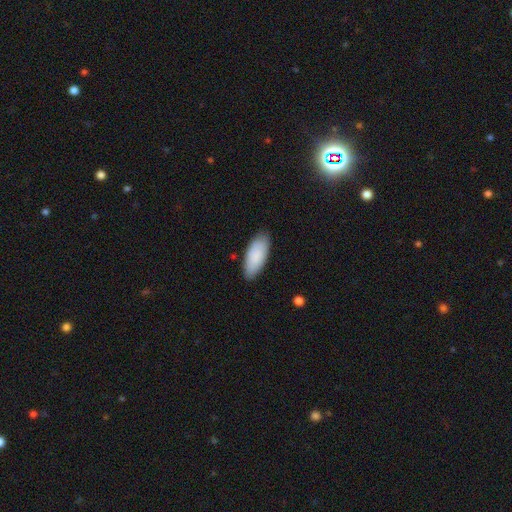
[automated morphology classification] This appears to be a smooth galaxy with no disk features (89%) that is in between round and cigar-shaped (84%). Merging: none (84%).